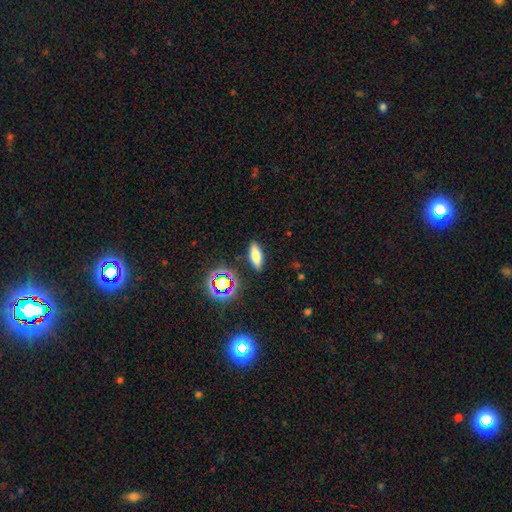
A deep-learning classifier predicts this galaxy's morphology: A smooth galaxy with no disk features (68%) that is in between round and cigar-shaped (60%). Merging: none (87%).